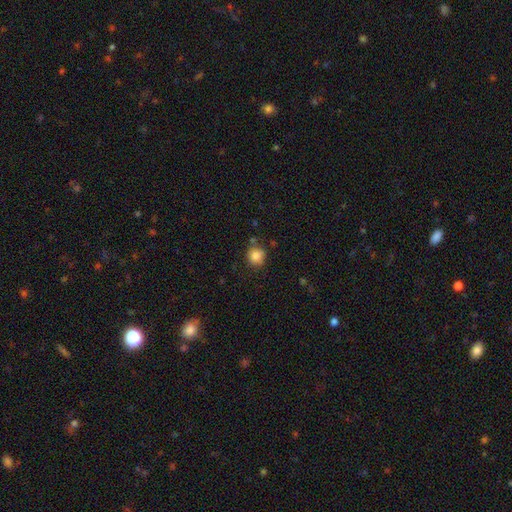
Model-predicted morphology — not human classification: Smooth or featured?
  - smooth: 85% *
  - star or artifact: 10%
  - featured or disk: 5%
How rounded?
  - round: 87% *
  - in between: 12%
  - cigar-shaped: 1%
Merging?
  - none: 76% *
  - minor disturbance: 15%
  - merger: 5%
  - major disturbance: 4%